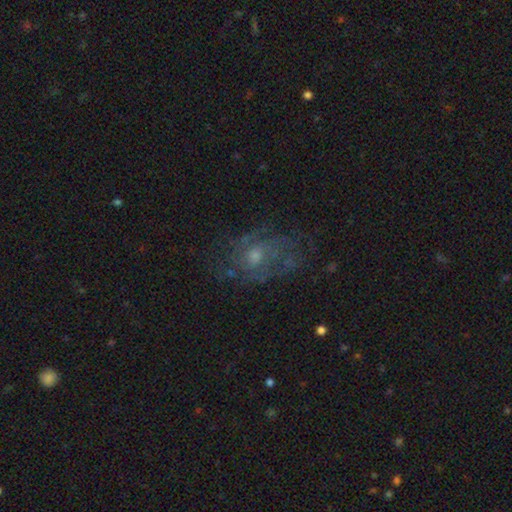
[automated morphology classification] Smooth or featured? Predicted: featured or disk (p=0.64). Edge-on disk? Predicted: no (p=0.96). Bar? Predicted: no (p=0.79). Spiral arms? Predicted: yes (p=0.67). Bulge size? Predicted: small (p=0.46). Merging? Predicted: none (p=0.58).